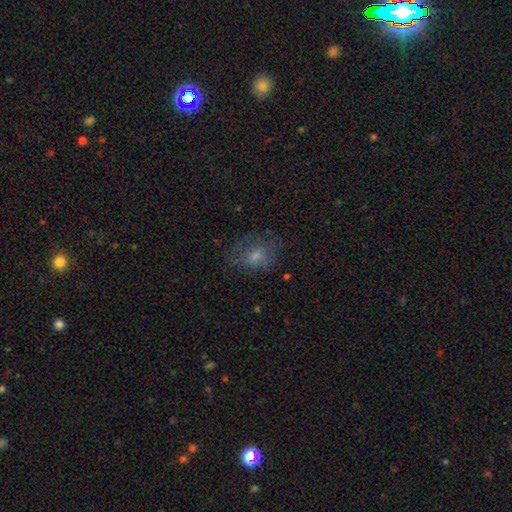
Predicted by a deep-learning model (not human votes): This appears to be a smooth galaxy with no disk features (50%) that is in between round and cigar-shaped (58%). Merging: none (59%).